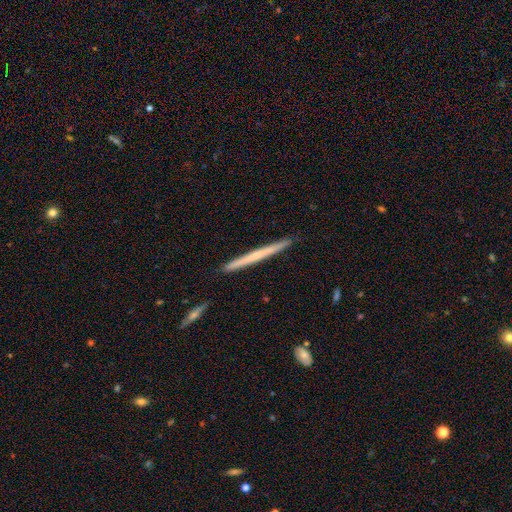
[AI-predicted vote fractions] Morphology: type=smooth (48%); merging=none (92%).